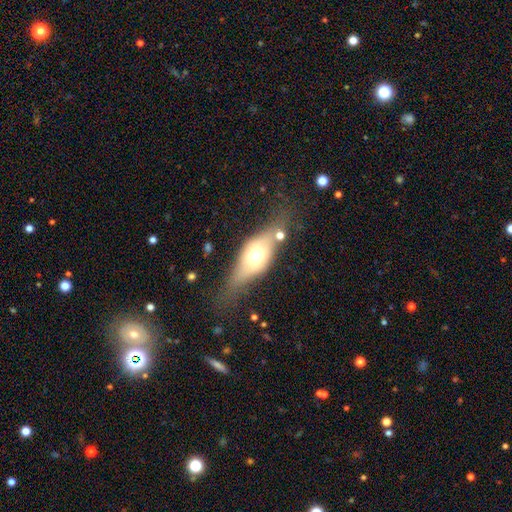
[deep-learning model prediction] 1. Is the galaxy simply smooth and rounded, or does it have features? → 47% featured or disk, 45% smooth, 8% star or artifact.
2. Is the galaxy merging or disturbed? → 61% none, 22% minor disturbance, 12% major disturbance, 6% merger.